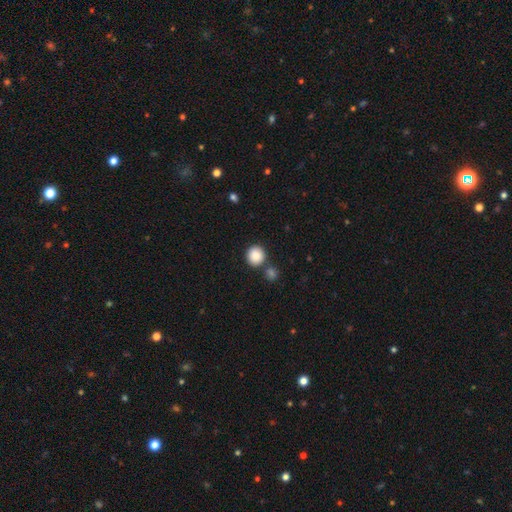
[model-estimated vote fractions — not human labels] Smooth or featured: smooth — 88% (star or artifact — 8%)
How rounded: round — 89% (in between — 10%)
Merging: none — 74% (merger — 15%)